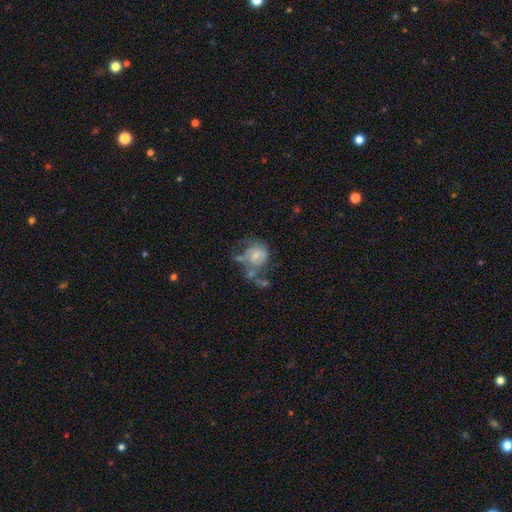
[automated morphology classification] This appears to be a smooth galaxy with no disk features (52%) that is round (65%). Merging: major disturbance (30%).